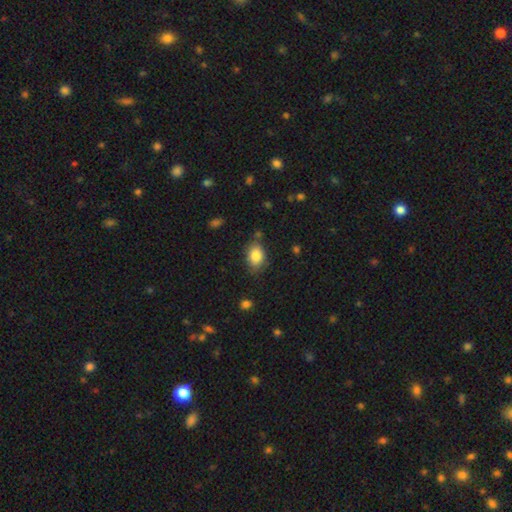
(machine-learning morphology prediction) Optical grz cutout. It shows a smooth galaxy with no disk features (85%) that is in between round and cigar-shaped (81%). Merging: none (76%).